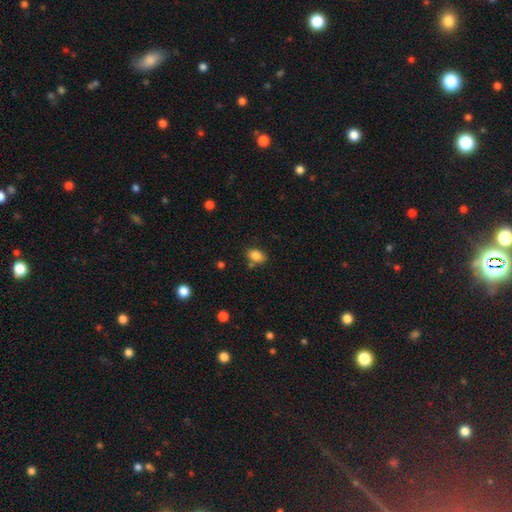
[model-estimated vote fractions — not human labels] Smooth or featured? smooth (84%)
How rounded? in between (85%)
Merging? none (73%)